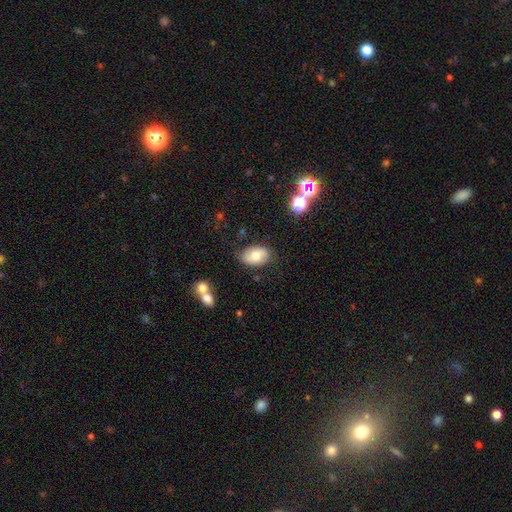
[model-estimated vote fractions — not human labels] Q: Smooth or featured?
A: smooth (71%); runner-up: featured or disk (21%)
Q: How rounded?
A: in between (88%); runner-up: round (11%)
Q: Merging?
A: none (78%); runner-up: minor disturbance (16%)